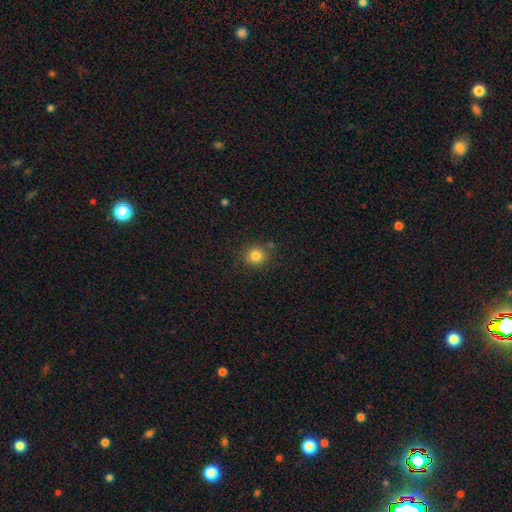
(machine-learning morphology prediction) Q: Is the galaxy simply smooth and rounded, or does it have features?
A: smooth — 82%.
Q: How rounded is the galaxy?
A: round — 88%.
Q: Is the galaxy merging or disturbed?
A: none — 83%.